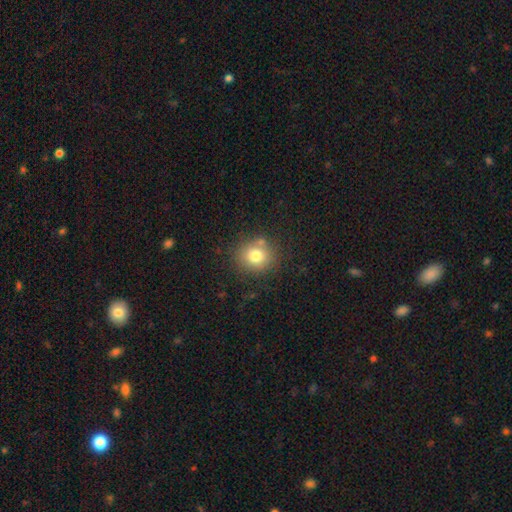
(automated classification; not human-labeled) smooth-or-featured: smooth: 77% | star or artifact: 12% | featured or disk: 10%
  how-rounded: round: 82% | in between: 17% | cigar-shaped: 1%
  merging: none: 78% | minor disturbance: 12% | merger: 6% | major disturbance: 4%